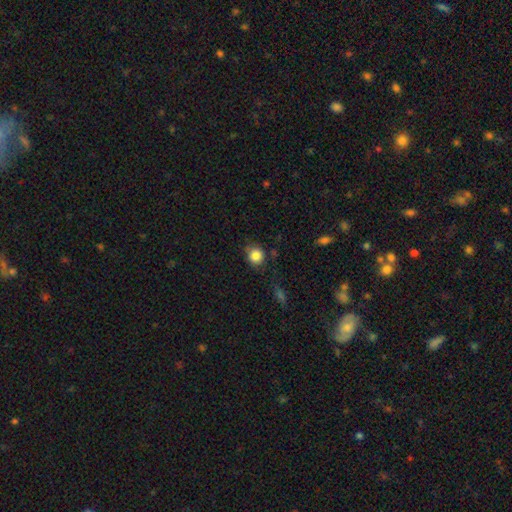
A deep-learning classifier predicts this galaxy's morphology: Smooth or featured?
  - smooth: 85% *
  - star or artifact: 10%
  - featured or disk: 6%
How rounded?
  - round: 85% *
  - in between: 14%
  - cigar-shaped: 1%
Merging?
  - none: 76% *
  - minor disturbance: 17%
  - major disturbance: 4%
  - merger: 3%